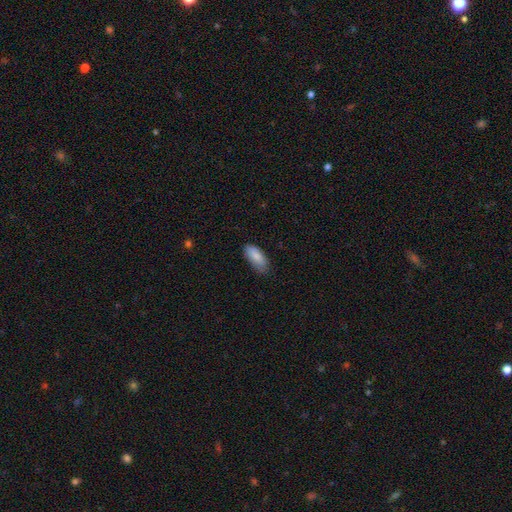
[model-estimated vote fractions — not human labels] Smooth or featured: smooth — 87% (featured or disk — 7%)
How rounded: in between — 84% (cigar-shaped — 14%)
Merging: none — 72% (minor disturbance — 23%)